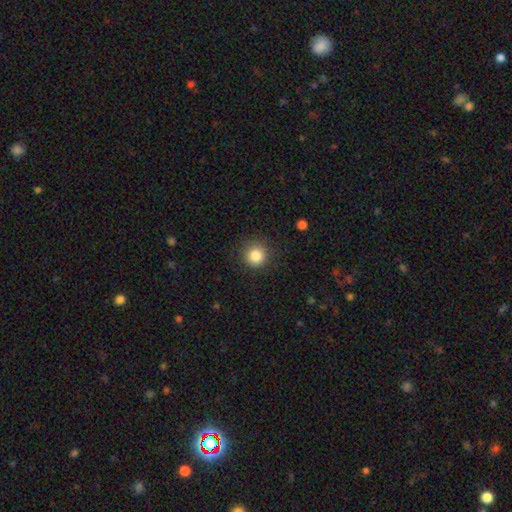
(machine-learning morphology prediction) Overall: smooth (84%). How rounded: round (93%). Merging: none (88%).